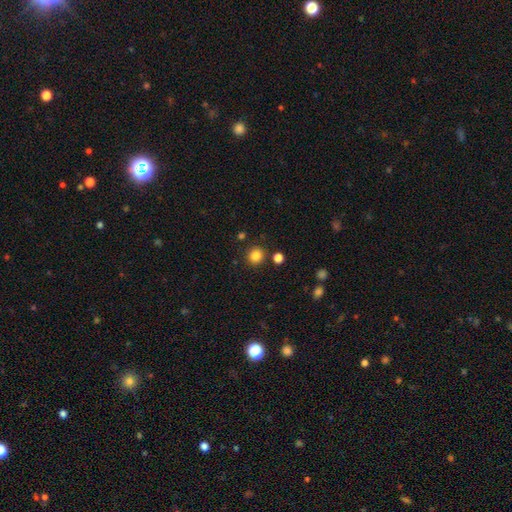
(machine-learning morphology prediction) Smooth or featured?
  - smooth: 84% *
  - star or artifact: 12%
  - featured or disk: 4%
How rounded?
  - round: 90% *
  - in between: 9%
  - cigar-shaped: 1%
Merging?
  - none: 87% *
  - minor disturbance: 6%
  - merger: 4%
  - major disturbance: 2%